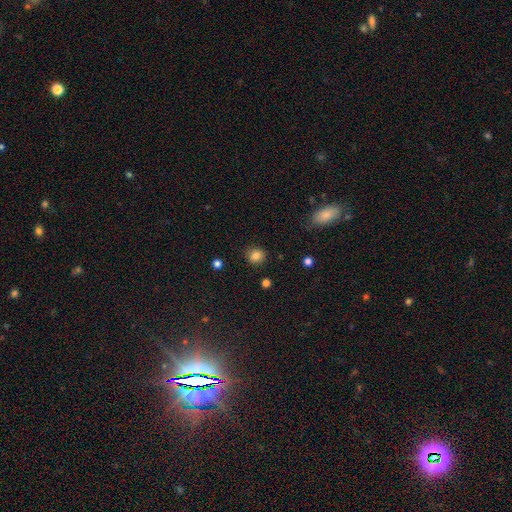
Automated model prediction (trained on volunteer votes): Q: Smooth or featured?
A: smooth (83%); runner-up: star or artifact (12%)
Q: How rounded?
A: round (85%); runner-up: in between (14%)
Q: Merging?
A: none (87%); runner-up: minor disturbance (9%)